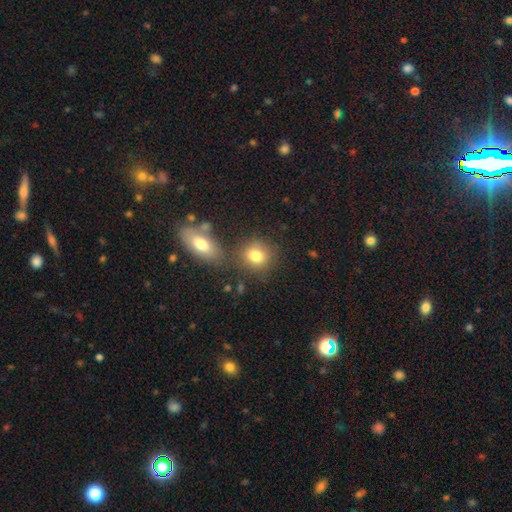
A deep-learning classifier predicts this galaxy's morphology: Q: Smooth or featured?
A: smooth (80%); runner-up: star or artifact (11%)
Q: How rounded?
A: round (71%); runner-up: in between (28%)
Q: Merging?
A: none (65%); runner-up: merger (19%)